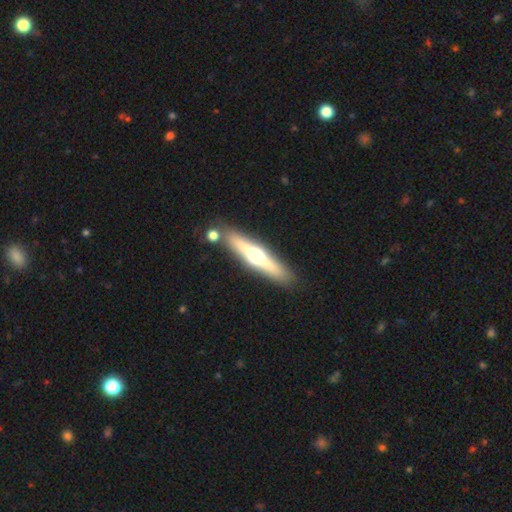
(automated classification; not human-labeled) smooth_or_featured: featured or disk (p=0.61) [alt: smooth p=0.33]
disk_edge_on: yes (p=0.92) [alt: no p=0.08]
edge_on_bulge: rounded (p=0.94) [alt: none p=0.03]
merging: none (p=0.82) [alt: minor disturbance p=0.08]